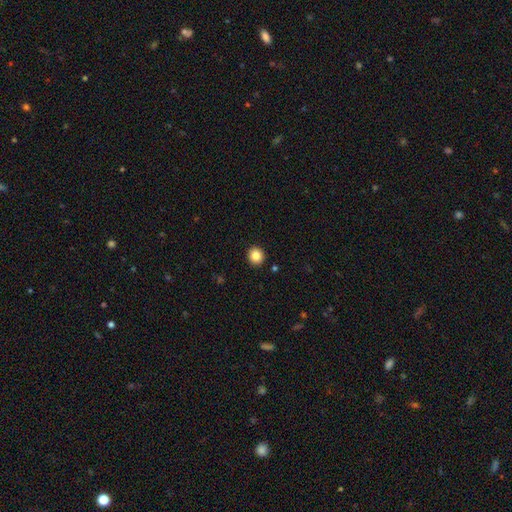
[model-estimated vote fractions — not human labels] Q: Smooth or featured?
A: smooth (85%); runner-up: star or artifact (10%)
Q: How rounded?
A: round (89%); runner-up: in between (10%)
Q: Merging?
A: none (93%); runner-up: minor disturbance (5%)